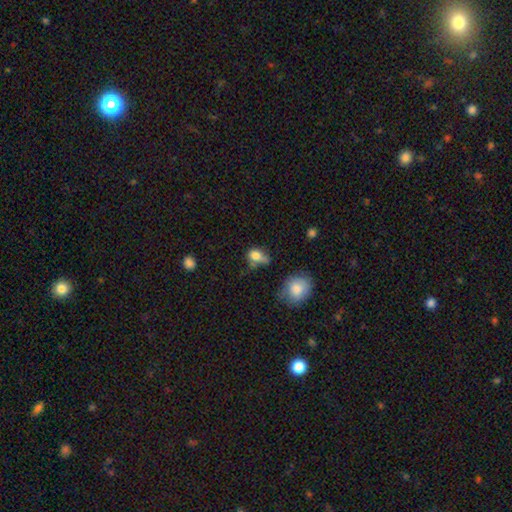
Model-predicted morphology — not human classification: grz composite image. It shows a smooth galaxy with no disk features (77%) that is in between round and cigar-shaped (63%). Merging: none (36%).